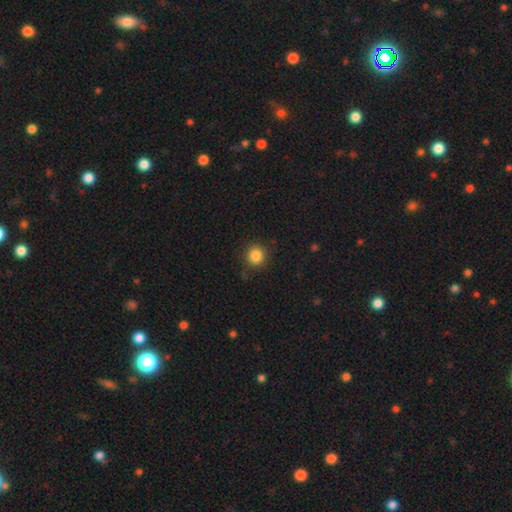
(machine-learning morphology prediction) A smooth galaxy with no disk features (85%) that is round (92%).

Vote fractions:
- Smooth or featured? smooth: 85% / star or artifact: 11% / featured or disk: 4%
- How rounded? round: 92% / in between: 7% / cigar-shaped: 1%
- Merging? none: 88% / minor disturbance: 8% / major disturbance: 3% / merger: 1%